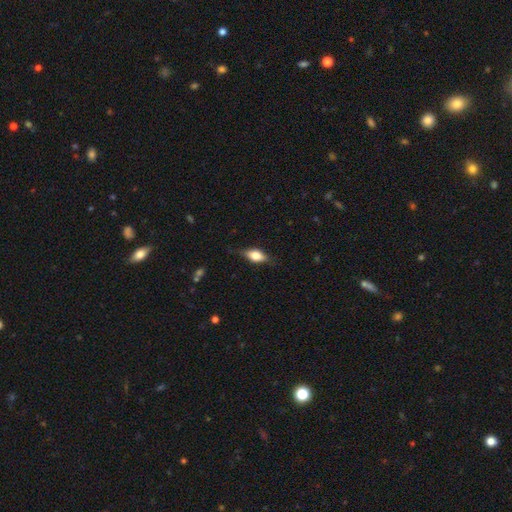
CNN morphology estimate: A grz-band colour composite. It shows a smooth galaxy with no disk features (65%) that is in between round and cigar-shaped (81%). Merging: none (76%).